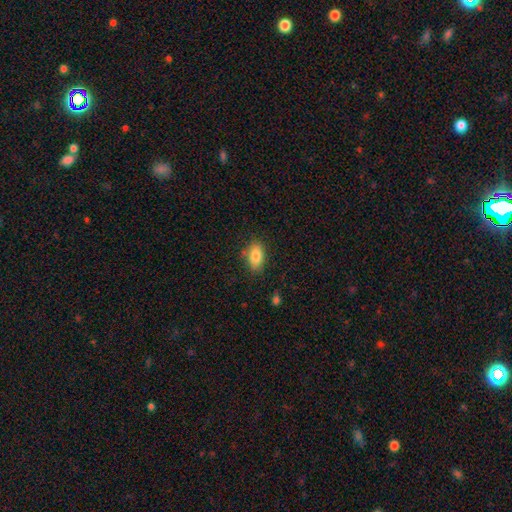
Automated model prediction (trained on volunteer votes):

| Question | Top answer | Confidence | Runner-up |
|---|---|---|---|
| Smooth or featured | smooth | 84% | featured or disk (8%) |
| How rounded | in between | 89% | round (7%) |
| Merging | none | 82% | minor disturbance (13%) |